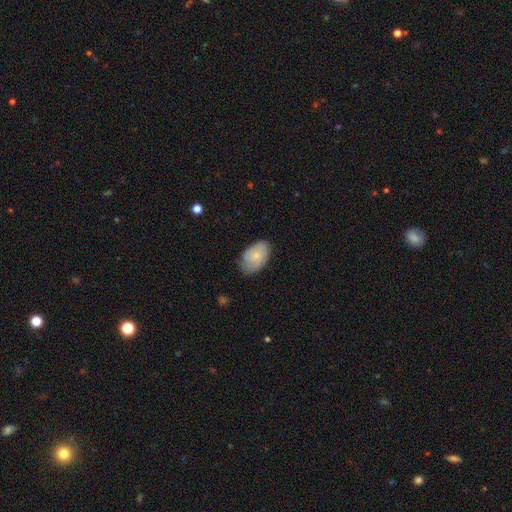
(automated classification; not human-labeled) A smooth galaxy with no disk features (65%) that is in between round and cigar-shaped (90%).

Vote fractions:
- Smooth or featured? smooth: 65% / featured or disk: 29% / star or artifact: 6%
- How rounded? in between: 90% / round: 8% / cigar-shaped: 1%
- Merging? none: 67% / minor disturbance: 26% / major disturbance: 6% / merger: 1%